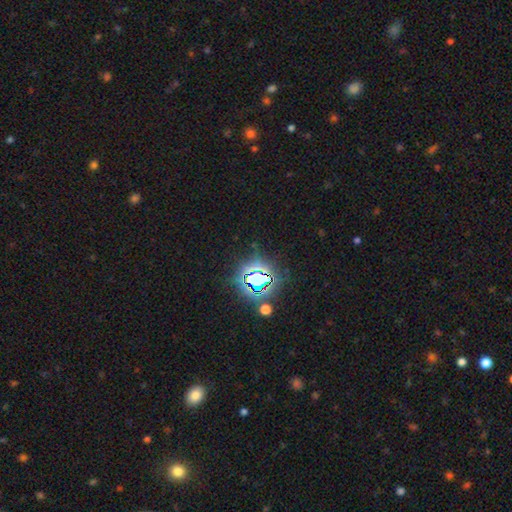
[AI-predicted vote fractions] smooth-or-featured: star or artifact: 79% | smooth: 13% | featured or disk: 8%